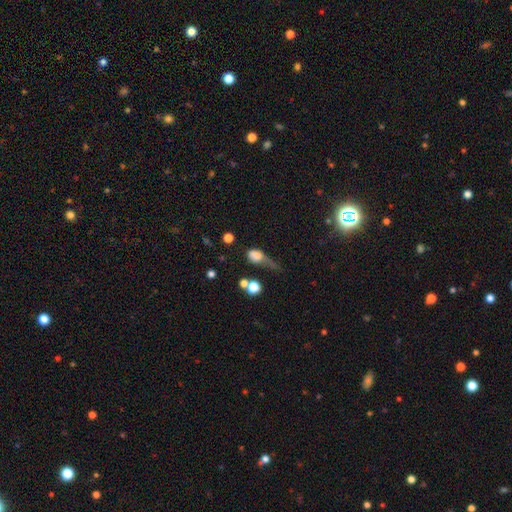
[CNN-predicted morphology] A smooth galaxy with no disk features (69%) that is in between round and cigar-shaped (55%).

Vote fractions:
- Smooth or featured? smooth: 69% / featured or disk: 19% / star or artifact: 13%
- How rounded? in between: 55% / round: 40% / cigar-shaped: 6%
- Merging? major disturbance: 46% / minor disturbance: 23% / none: 19% / merger: 12%